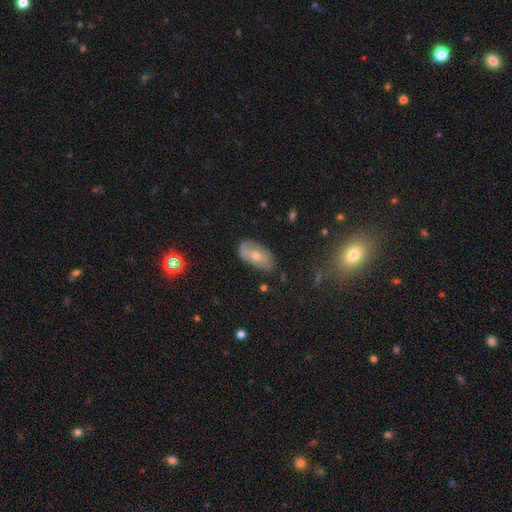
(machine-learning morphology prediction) smooth-or-featured: featured or disk: 50% | smooth: 37% | star or artifact: 13%
  merging: none: 70% | minor disturbance: 22% | major disturbance: 6% | merger: 2%